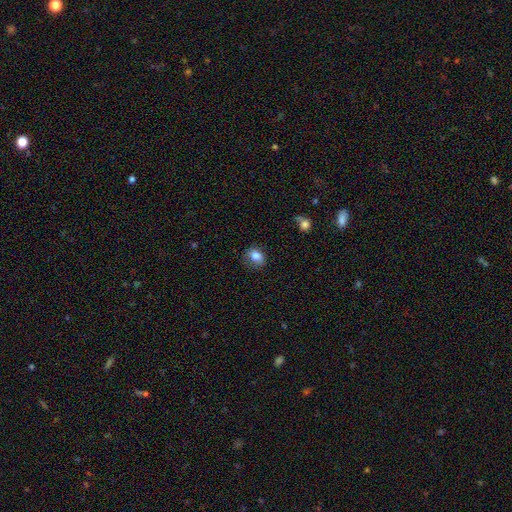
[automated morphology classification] This is clearly a smooth galaxy (82%). How rounded: possibly in between (56%). Merging: likely none (60%).